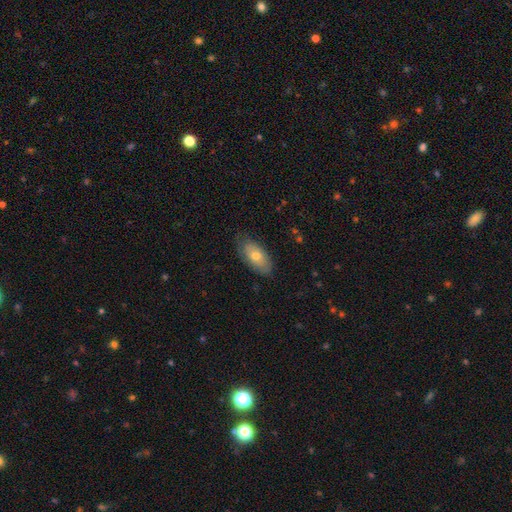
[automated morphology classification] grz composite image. It shows a smooth galaxy with no disk features (66%) that is in between round and cigar-shaped (91%). Merging: none (75%).